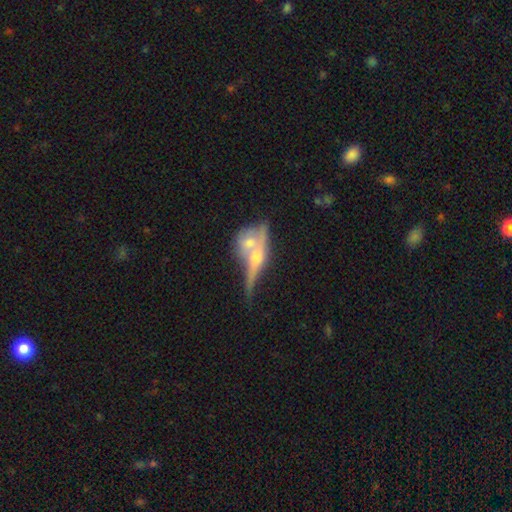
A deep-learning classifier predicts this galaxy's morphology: Smooth or featured? featured or disk (61%)
Edge-on disk? yes (72%)
Merging? merger (54%)